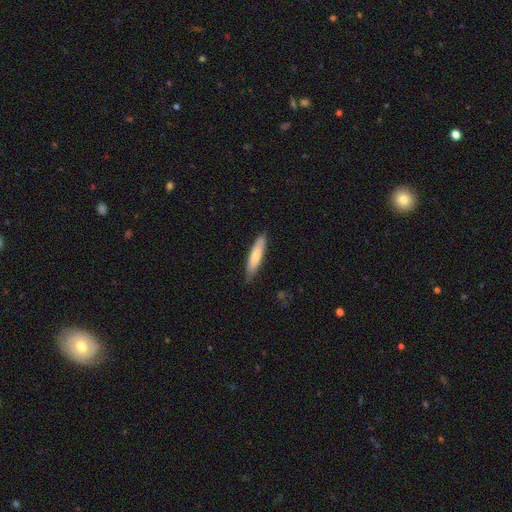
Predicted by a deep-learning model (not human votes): This appears to be a smooth galaxy with no disk features (74%) that is cigar-shaped (82%). Merging: none (85%).